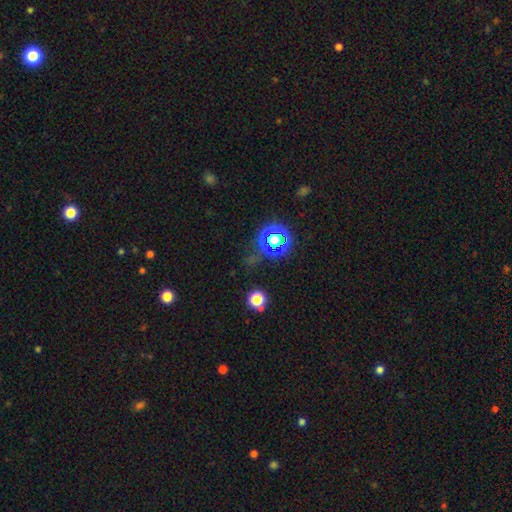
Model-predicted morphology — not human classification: A star or artifact, not a galaxy (73%).

Vote fractions:
- Smooth or featured? star or artifact: 73% / smooth: 19% / featured or disk: 8%